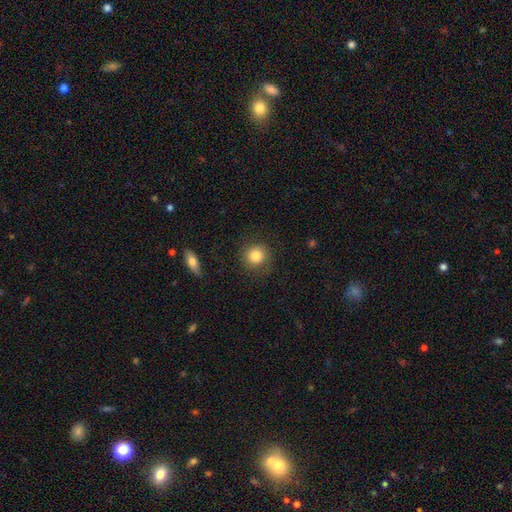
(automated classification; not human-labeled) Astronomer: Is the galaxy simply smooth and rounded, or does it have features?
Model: smooth — 83%.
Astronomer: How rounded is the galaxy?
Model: round — 89%.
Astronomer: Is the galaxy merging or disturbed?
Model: none — 84%.